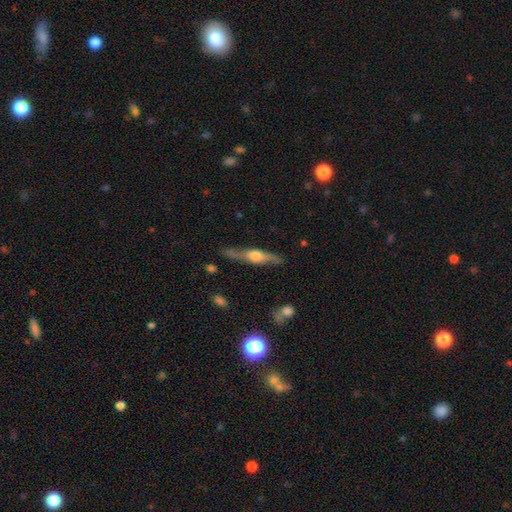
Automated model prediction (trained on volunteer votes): smooth_or_featured: featured or disk (p=0.66) [alt: smooth p=0.29]
disk_edge_on: yes (p=0.90) [alt: no p=0.10]
edge_on_bulge: rounded (p=0.87) [alt: boxy p=0.09]
merging: none (p=0.76) [alt: minor disturbance p=0.17]